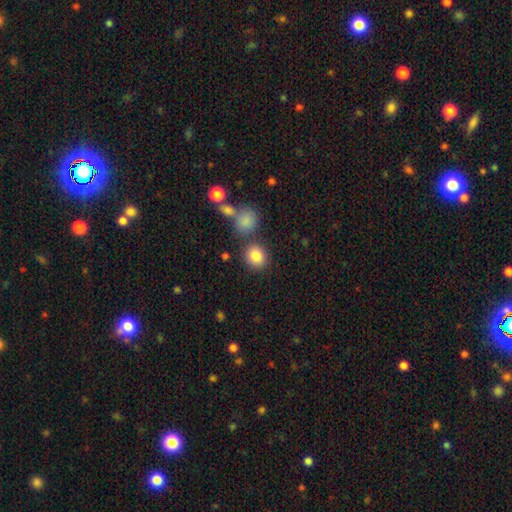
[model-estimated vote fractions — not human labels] Smooth or featured?
  - smooth: 84% *
  - star or artifact: 10%
  - featured or disk: 7%
How rounded?
  - round: 78% *
  - in between: 21%
  - cigar-shaped: 1%
Merging?
  - none: 76% *
  - merger: 11%
  - minor disturbance: 10%
  - major disturbance: 4%